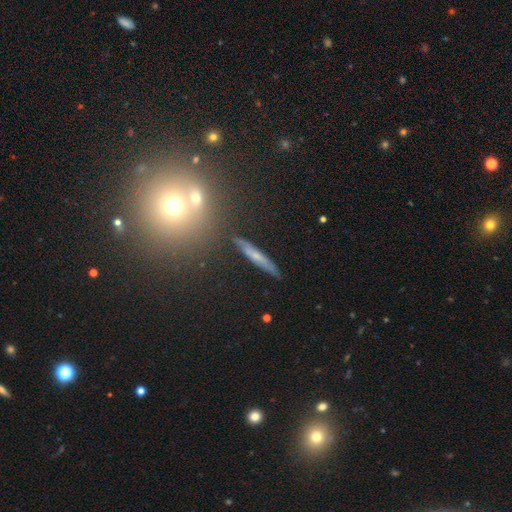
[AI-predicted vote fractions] This is marginally a featured or disk galaxy (45%). Merging: clearly none (83%).